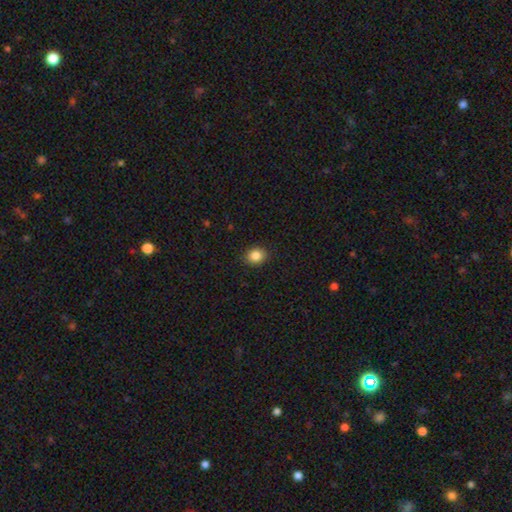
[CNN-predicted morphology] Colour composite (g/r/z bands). It shows a smooth galaxy with no disk features (86%) that is round (68%). Merging: none (90%).